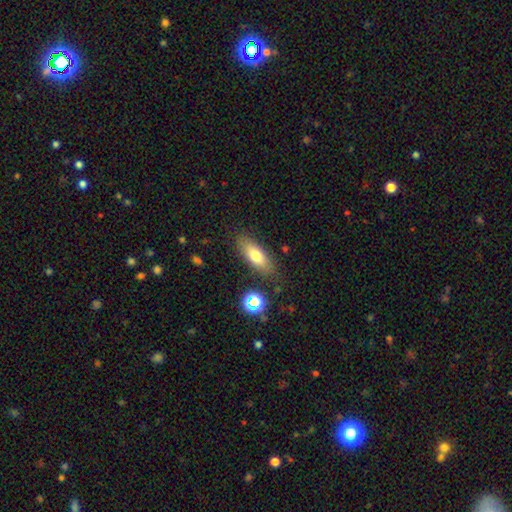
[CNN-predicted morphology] Smooth or featured? smooth (74%)
How rounded? in between (71%)
Merging? none (83%)